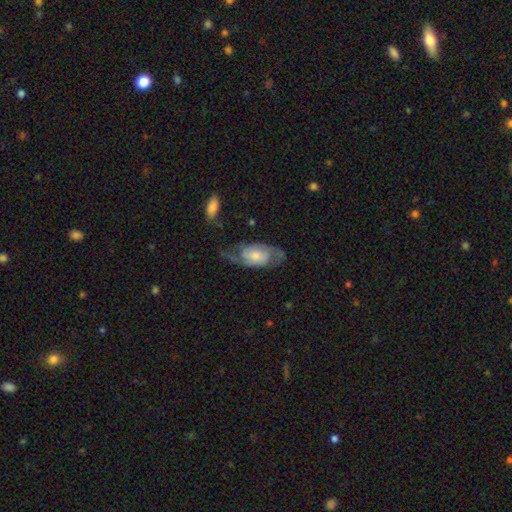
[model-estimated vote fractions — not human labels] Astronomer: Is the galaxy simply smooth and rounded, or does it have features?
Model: featured or disk — 67%.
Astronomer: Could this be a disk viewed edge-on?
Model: no — 94%.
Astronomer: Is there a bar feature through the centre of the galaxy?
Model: no — 65%.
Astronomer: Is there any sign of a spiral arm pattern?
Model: yes — 87%.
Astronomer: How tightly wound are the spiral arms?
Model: medium — 44% (runner-up: loose, 33%).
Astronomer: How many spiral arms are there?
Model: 2 — 81%.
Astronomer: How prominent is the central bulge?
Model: moderate — 38% (runner-up: small, 32%).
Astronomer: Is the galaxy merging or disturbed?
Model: none — 50%.